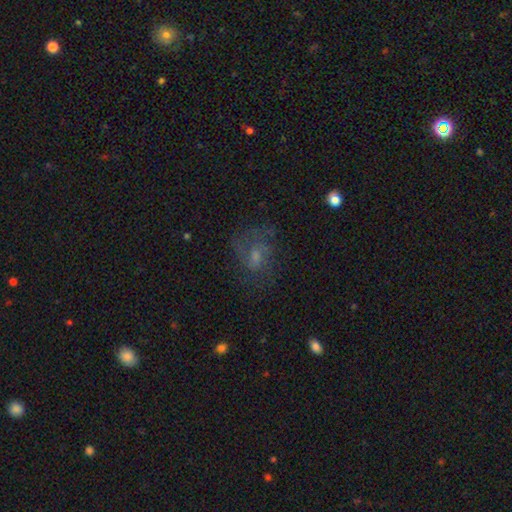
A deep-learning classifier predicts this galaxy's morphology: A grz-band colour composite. It shows a featured or disk galaxy (53%) with no bar (55%), spiral arms (73%) and a small central bulge (45%). Merging: none (56%).